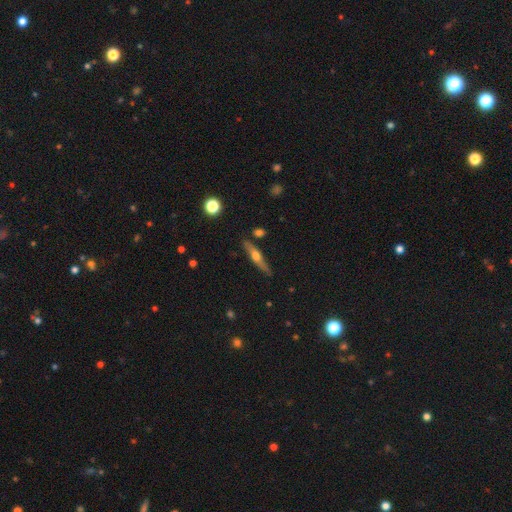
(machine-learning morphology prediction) Smooth or featured?
  - featured or disk: 65% *
  - smooth: 29%
  - star or artifact: 6%
Edge-on disk?
  - yes: 96% *
  - no: 4%
Edge-on bulge?
  - rounded: 92% *
  - none: 4%
  - boxy: 3%
Merging?
  - none: 85% *
  - minor disturbance: 10%
  - merger: 3%
  - major disturbance: 2%